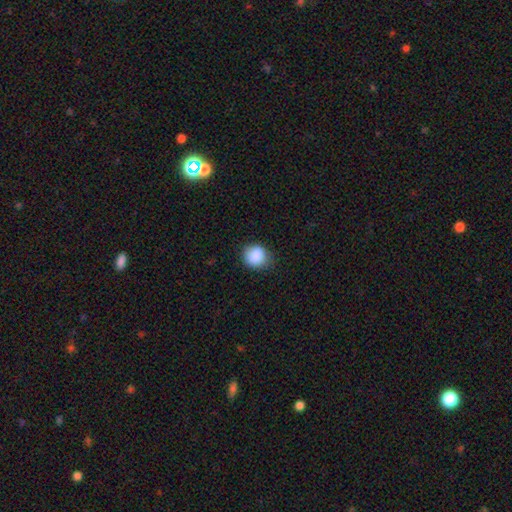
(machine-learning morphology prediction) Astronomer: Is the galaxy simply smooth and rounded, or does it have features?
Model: smooth — 88%.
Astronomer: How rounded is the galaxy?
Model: round — 75%.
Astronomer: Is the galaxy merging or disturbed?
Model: none — 76%.